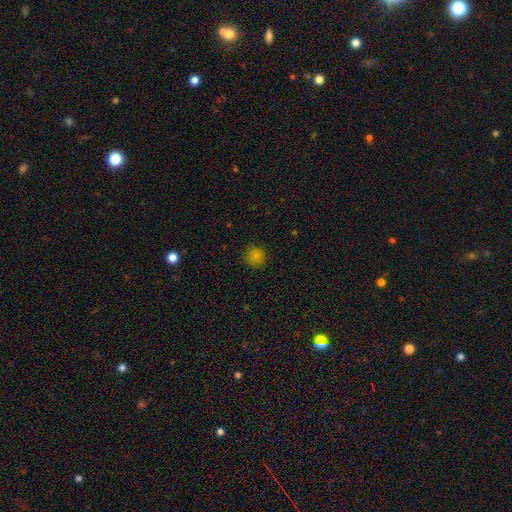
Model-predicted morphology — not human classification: Smooth or featured? smooth (77%)
How rounded? round (93%)
Merging? none (90%)